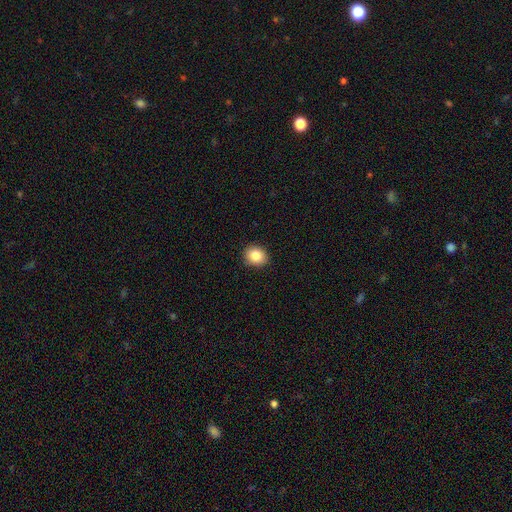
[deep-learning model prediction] This appears to be a smooth galaxy with no disk features (84%) that is round (66%). Merging: none (89%).